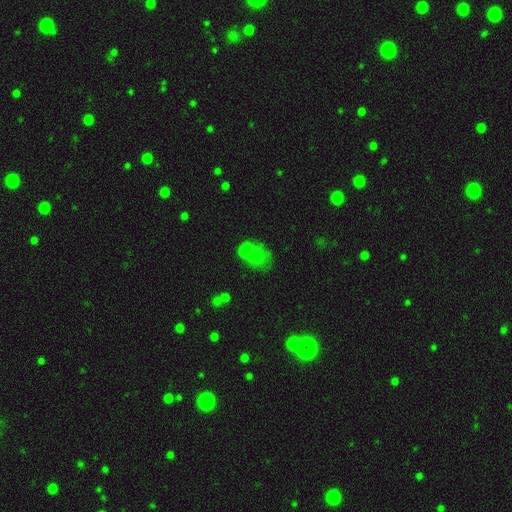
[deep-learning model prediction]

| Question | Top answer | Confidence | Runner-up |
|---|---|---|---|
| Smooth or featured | smooth | 62% | featured or disk (23%) |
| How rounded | in between | 56% | round (43%) |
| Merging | merger | 36% | none (33%) |